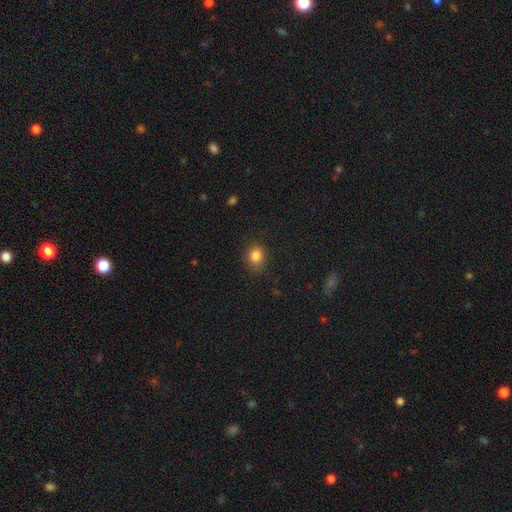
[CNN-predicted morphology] smooth 84%, star or artifact 11%, featured or disk 5%. Down the decision tree: how rounded — round (65%); merging — none (78%).